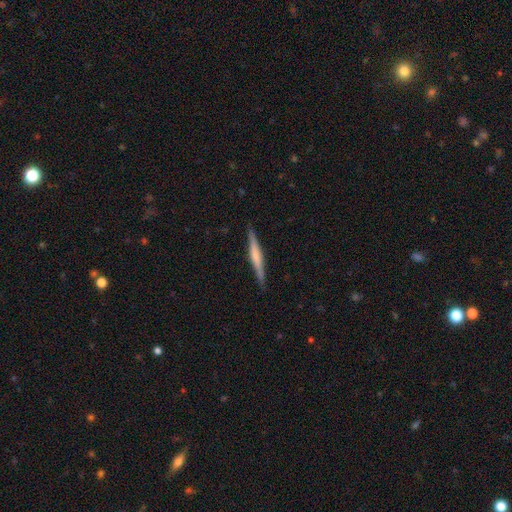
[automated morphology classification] Q: Smooth or featured?
A: featured or disk (56%); runner-up: smooth (38%)
Q: Edge-on disk?
A: yes (98%); runner-up: no (2%)
Q: Edge-on bulge?
A: rounded (38%); runner-up: none (37%)
Q: Merging?
A: none (89%); runner-up: minor disturbance (8%)